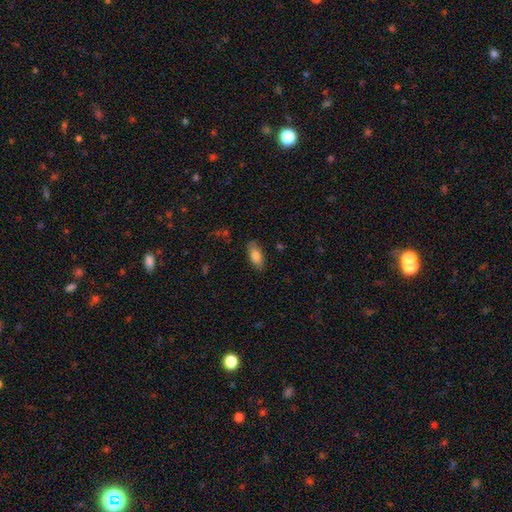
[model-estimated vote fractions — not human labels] This is clearly a smooth galaxy (82%). How rounded: clearly in between (87%). Merging: clearly none (84%).